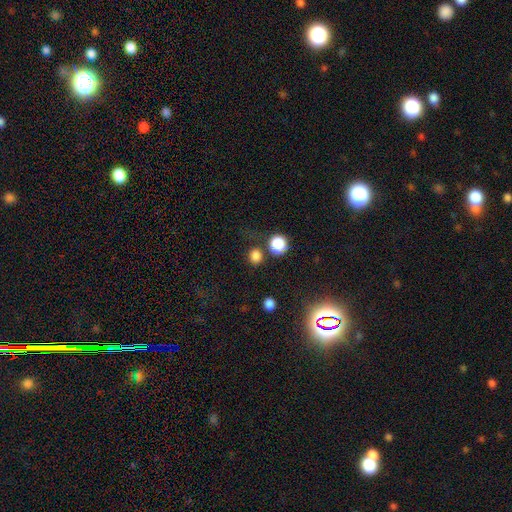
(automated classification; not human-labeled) A smooth galaxy with no disk features (80%) that is round (84%).

Vote fractions:
- Smooth or featured? smooth: 80% / star or artifact: 15% / featured or disk: 4%
- How rounded? round: 84% / in between: 14% / cigar-shaped: 1%
- Merging? none: 74% / merger: 12% / minor disturbance: 10% / major disturbance: 5%